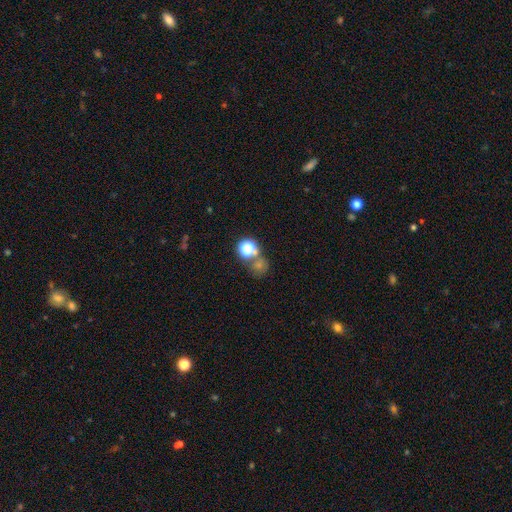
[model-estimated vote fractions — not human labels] smooth_or_featured: smooth (p=0.48) [alt: star or artifact p=0.40]
merging: none (p=0.58) [alt: merger p=0.25]